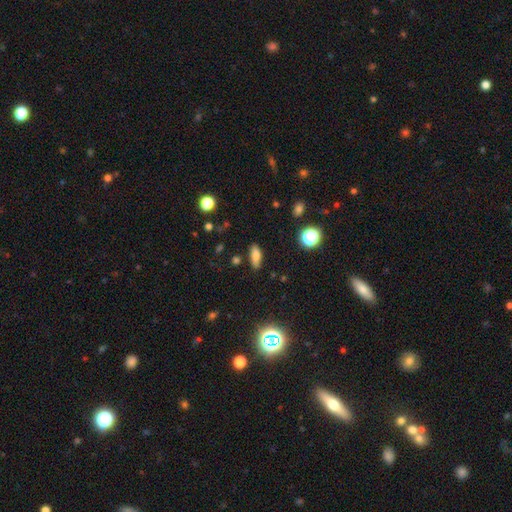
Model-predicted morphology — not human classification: A smooth galaxy with no disk features (77%) that is in between round and cigar-shaped (67%). Merging: none (83%).